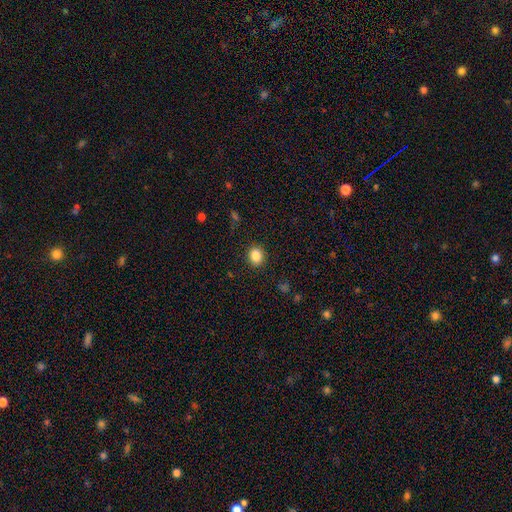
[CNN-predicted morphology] type=smooth (86%); roundness=round (66%); merging=none (90%).